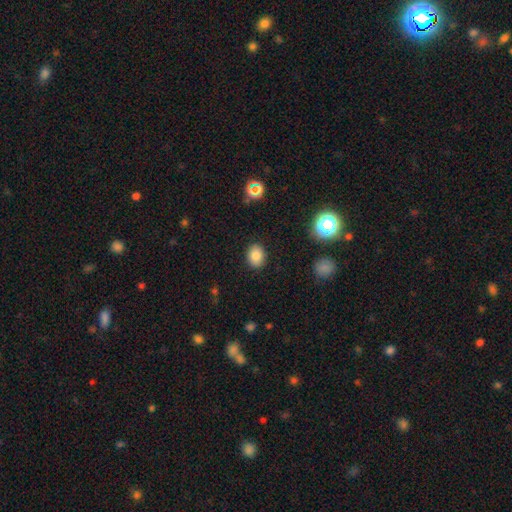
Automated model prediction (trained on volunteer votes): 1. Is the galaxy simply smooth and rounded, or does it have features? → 83% smooth, 11% star or artifact, 6% featured or disk.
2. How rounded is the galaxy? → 59% in between, 40% round, 1% cigar-shaped.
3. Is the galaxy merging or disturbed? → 88% none, 8% minor disturbance, 2% major disturbance, 1% merger.